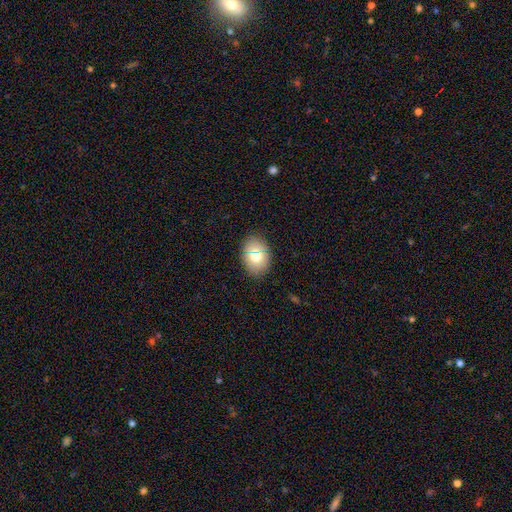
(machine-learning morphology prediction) type=smooth (74%); roundness=in between (69%); merging=none (86%).